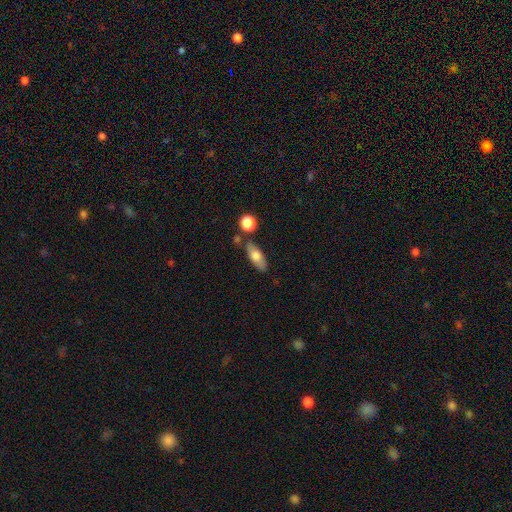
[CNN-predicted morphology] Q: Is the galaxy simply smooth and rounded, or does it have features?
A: smooth — 69%.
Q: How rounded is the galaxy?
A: in between — 71%.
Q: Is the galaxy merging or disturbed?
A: none — 70%.